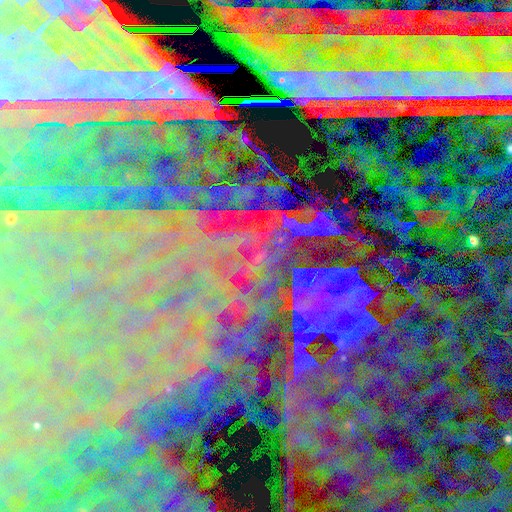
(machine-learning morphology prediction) This appears to be a star or artifact, not a galaxy (89%).